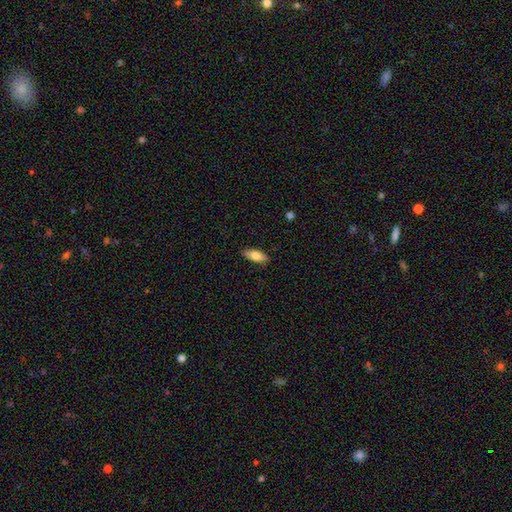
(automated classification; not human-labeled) smooth_or_featured: smooth (p=0.80) [alt: featured or disk p=0.13]
how_rounded: in between (p=0.79) [alt: cigar-shaped p=0.19]
merging: none (p=0.87) [alt: minor disturbance p=0.10]